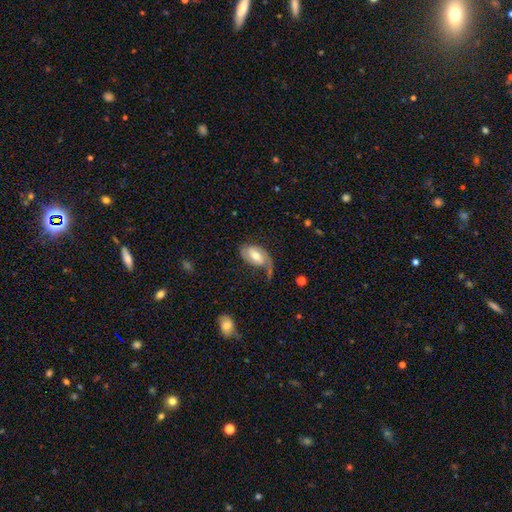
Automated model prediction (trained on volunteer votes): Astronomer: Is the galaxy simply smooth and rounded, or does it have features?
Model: featured or disk — 57% (runner-up: smooth, 36%).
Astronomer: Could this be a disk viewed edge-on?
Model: no — 94%.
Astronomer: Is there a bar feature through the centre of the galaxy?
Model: weak — 46% (runner-up: no, 34%).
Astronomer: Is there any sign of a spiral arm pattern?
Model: yes — 82%.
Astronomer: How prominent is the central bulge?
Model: moderate — 65%.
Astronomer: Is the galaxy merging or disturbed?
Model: none — 37% (runner-up: major disturbance, 33%).